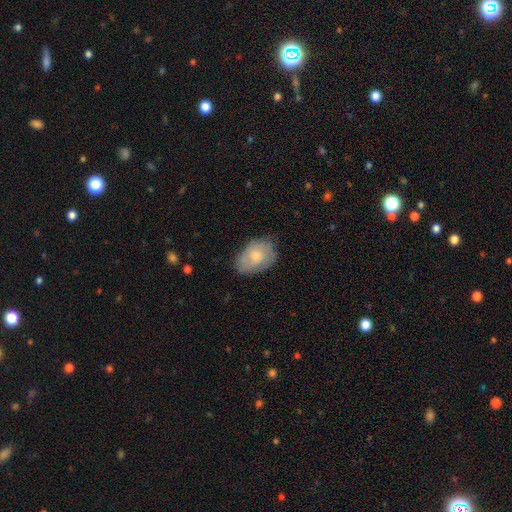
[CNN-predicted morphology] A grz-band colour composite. It shows a smooth galaxy with no disk features (58%) that is in between round and cigar-shaped (81%). Merging: none (67%).